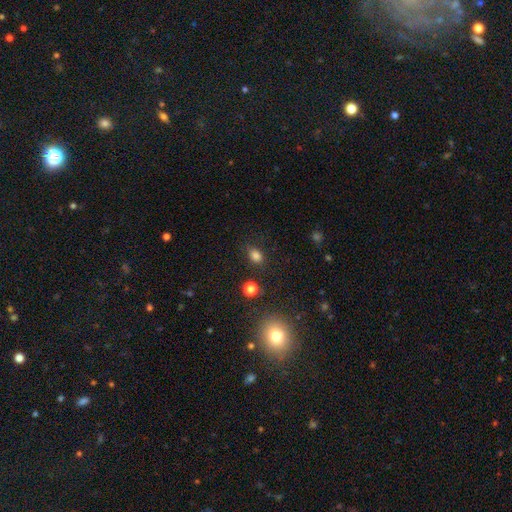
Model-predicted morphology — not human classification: The model was most divided on "how rounded": in between: 65%, round: 34%, cigar-shaped: 2%. More confident: smooth or featured — smooth (81%); merging — none (78%).